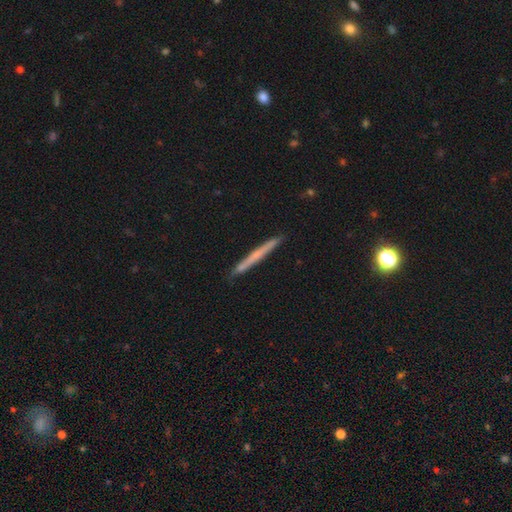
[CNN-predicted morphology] A smooth galaxy with no disk features (51%) that is cigar-shaped (97%). Merging: none (89%).